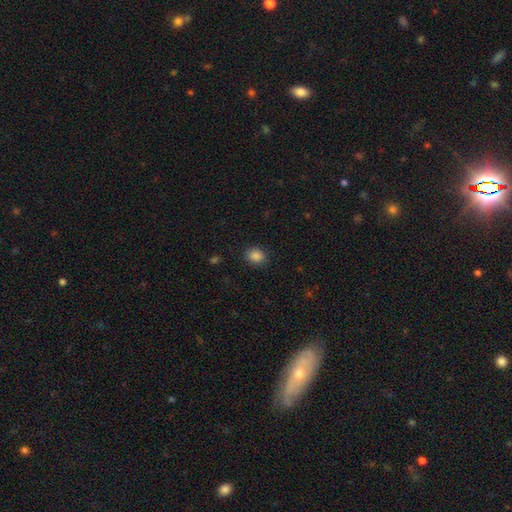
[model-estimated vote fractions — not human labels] This appears to be a smooth galaxy with no disk features (86%) that is round (58%). Merging: none (89%).